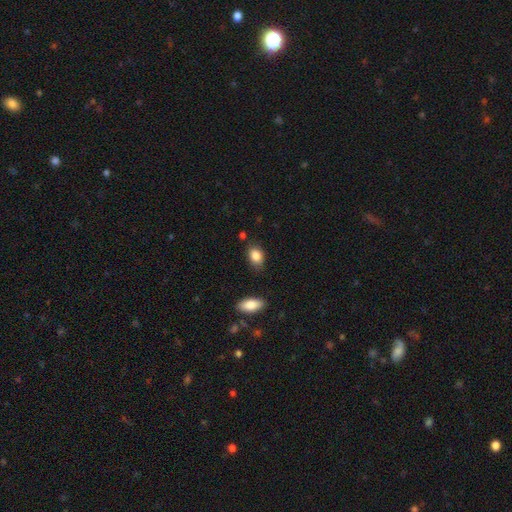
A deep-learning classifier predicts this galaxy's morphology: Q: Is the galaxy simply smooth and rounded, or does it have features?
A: smooth — 86%.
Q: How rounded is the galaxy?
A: in between — 83%.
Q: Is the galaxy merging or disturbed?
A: none — 75%.